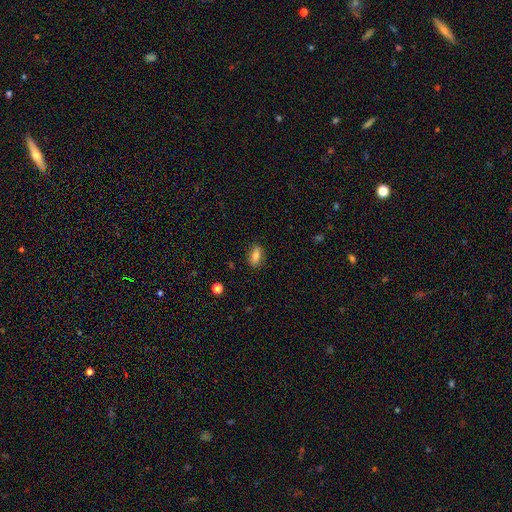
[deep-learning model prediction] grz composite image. It shows a smooth galaxy with no disk features (76%) that is in between round and cigar-shaped (80%). Merging: none (85%).